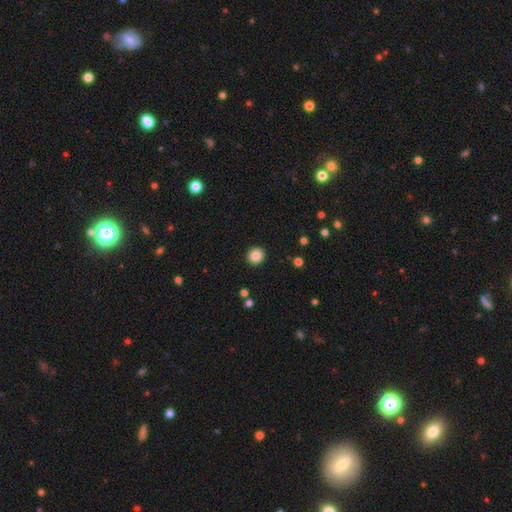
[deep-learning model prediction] smooth_or_featured: smooth (p=0.85) [alt: star or artifact p=0.10]
how_rounded: round (p=0.92) [alt: in between p=0.07]
merging: none (p=0.93) [alt: minor disturbance p=0.05]